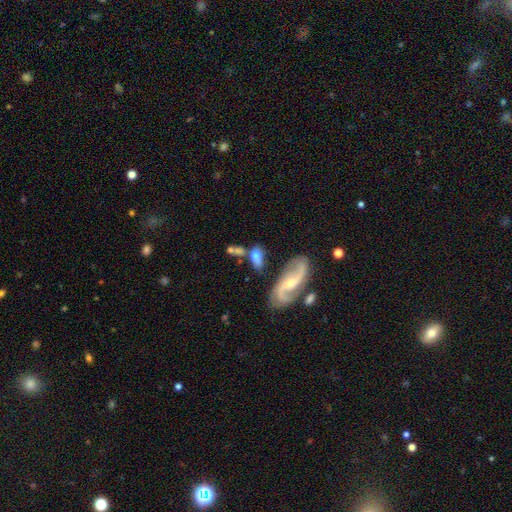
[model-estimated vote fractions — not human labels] Smooth or featured?
  - smooth: 47% *
  - featured or disk: 45%
  - star or artifact: 7%
Merging?
  - none: 55% *
  - merger: 19%
  - minor disturbance: 18%
  - major disturbance: 8%